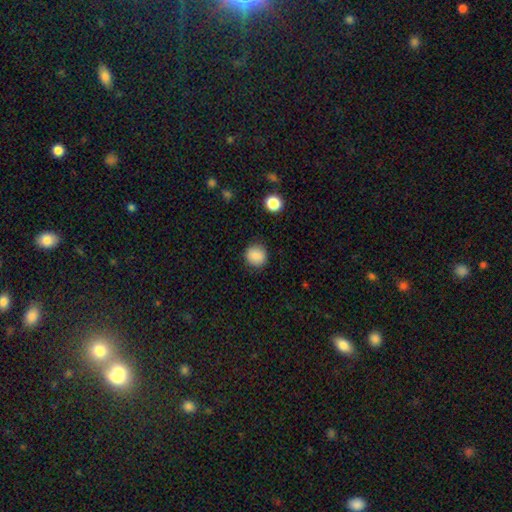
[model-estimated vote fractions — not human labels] smooth-or-featured: smooth: 87% | star or artifact: 9% | featured or disk: 4%
  how-rounded: round: 91% | in between: 8% | cigar-shaped: 1%
  merging: none: 89% | minor disturbance: 7% | major disturbance: 2% | merger: 1%